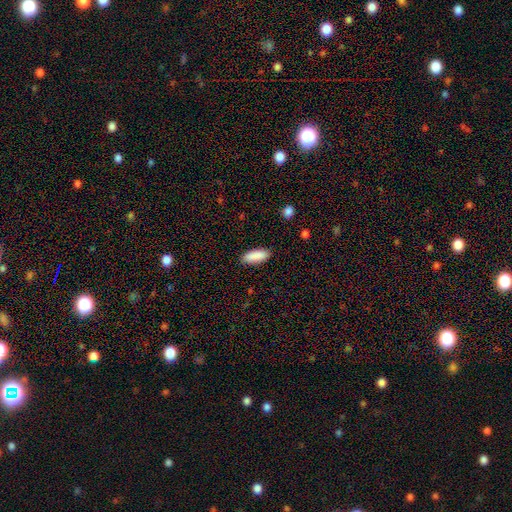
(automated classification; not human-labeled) A smooth galaxy with no disk features (90%) that is in between round and cigar-shaped (76%).

Vote fractions:
- Smooth or featured? smooth: 90% / star or artifact: 6% / featured or disk: 4%
- How rounded? in between: 76% / cigar-shaped: 22% / round: 2%
- Merging? none: 88% / minor disturbance: 9% / major disturbance: 2% / merger: 1%